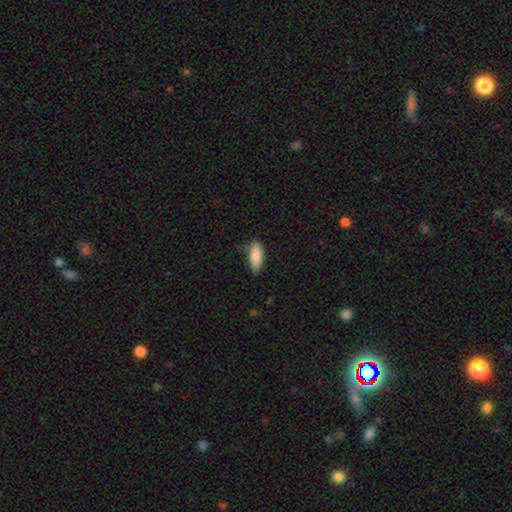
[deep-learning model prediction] Smooth or featured: smooth — 87% (featured or disk — 6%)
How rounded: in between — 78% (cigar-shaped — 20%)
Merging: none — 65% (minor disturbance — 28%)